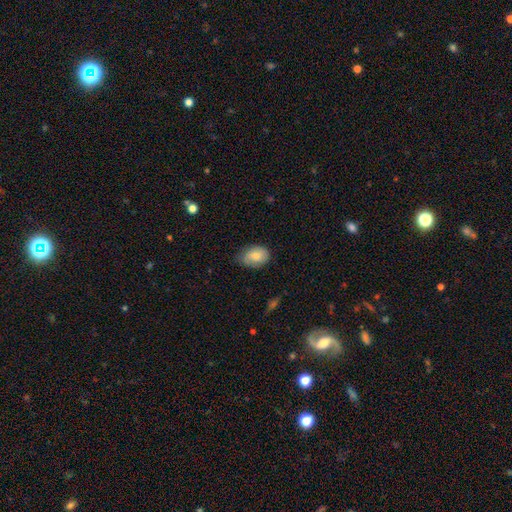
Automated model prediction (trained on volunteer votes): Smooth or featured: smooth — 76% (featured or disk — 17%)
How rounded: in between — 80% (round — 19%)
Merging: none — 69% (minor disturbance — 26%)